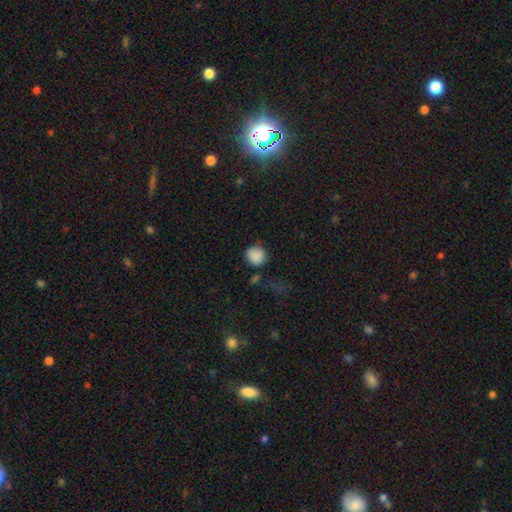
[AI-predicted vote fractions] A smooth galaxy with no disk features (86%) that is round (87%). Merging: none (67%).